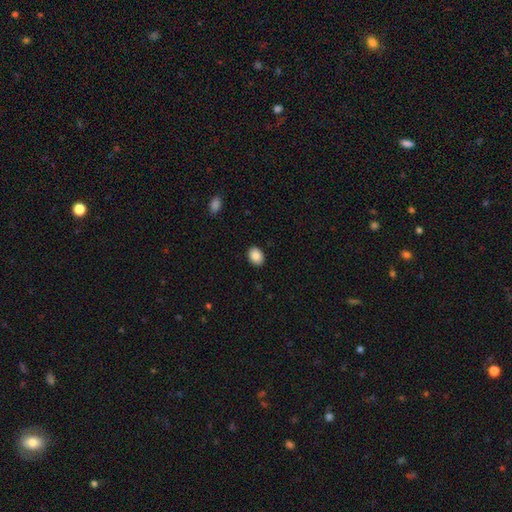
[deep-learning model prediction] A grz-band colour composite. It shows a smooth galaxy with no disk features (89%) that is in between round and cigar-shaped (65%). Merging: none (90%).